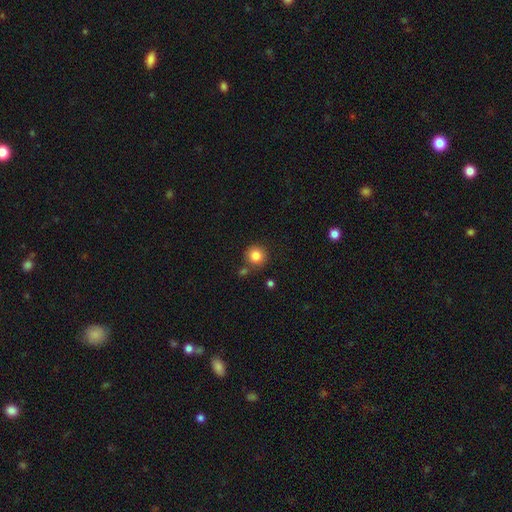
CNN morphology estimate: Smooth or featured? Predicted: smooth (p=0.85). How rounded? Predicted: round (p=0.93). Merging? Predicted: none (p=0.79).